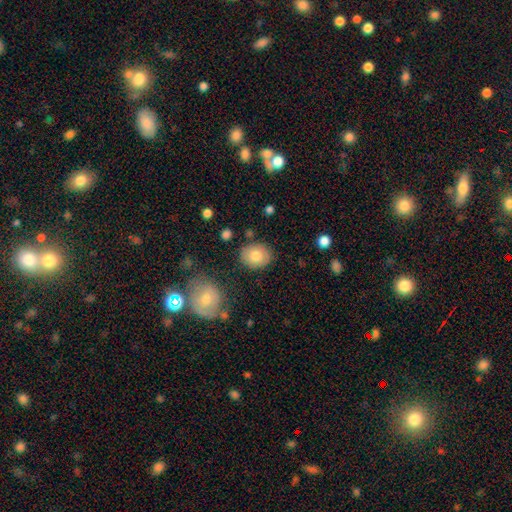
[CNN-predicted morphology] smooth 78%, featured or disk 15%, star or artifact 8%. Down the decision tree: how rounded — round (57%); merging — none (84%).